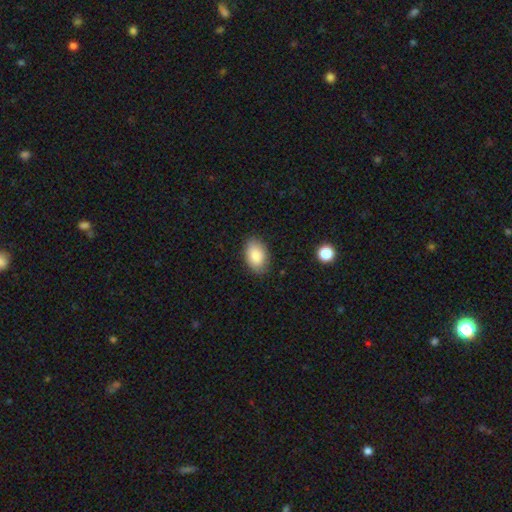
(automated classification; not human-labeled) smooth 85%, featured or disk 8%, star or artifact 7%. Down the decision tree: how rounded — in between (91%); merging — none (83%).